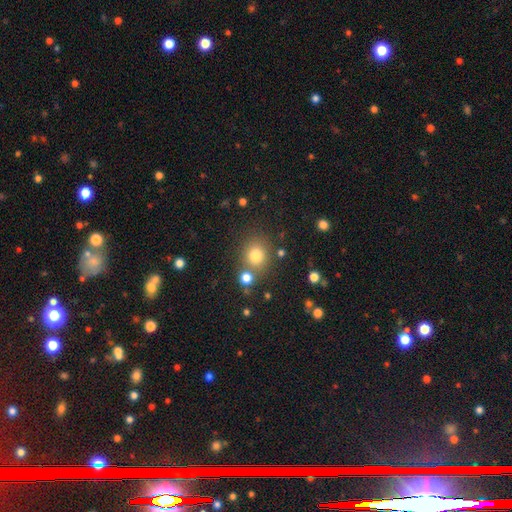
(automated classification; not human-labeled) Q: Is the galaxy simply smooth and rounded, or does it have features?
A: smooth — 78%.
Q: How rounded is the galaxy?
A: round — 83%.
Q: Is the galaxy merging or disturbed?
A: none — 74%.